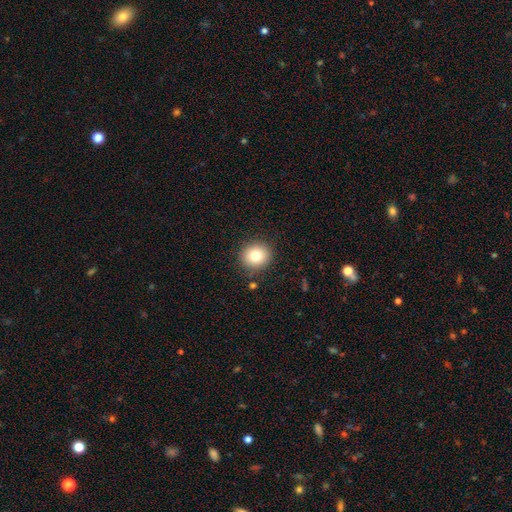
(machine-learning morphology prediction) Overall: smooth (78%). How rounded: round (88%). Merging: none (87%).